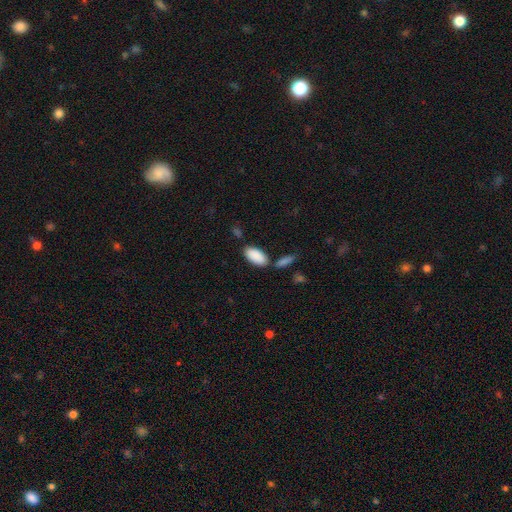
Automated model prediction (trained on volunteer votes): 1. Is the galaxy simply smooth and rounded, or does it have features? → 90% smooth, 6% star or artifact, 4% featured or disk.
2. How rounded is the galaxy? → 94% in between, 4% cigar-shaped, 2% round.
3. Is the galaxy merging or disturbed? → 73% none, 12% minor disturbance, 11% merger, 3% major disturbance.